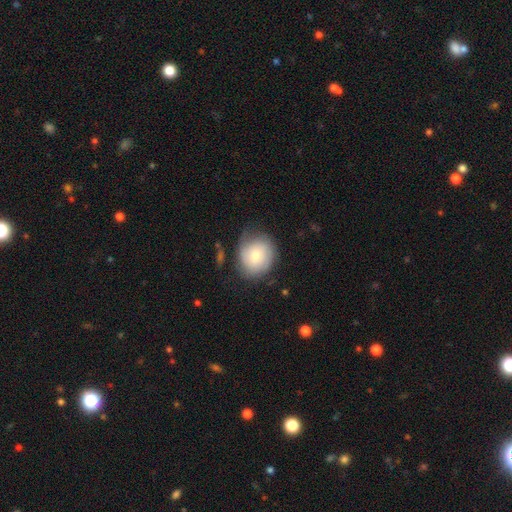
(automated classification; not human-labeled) Morphology: type=smooth (62%); roundness=round (72%); merging=none (64%).